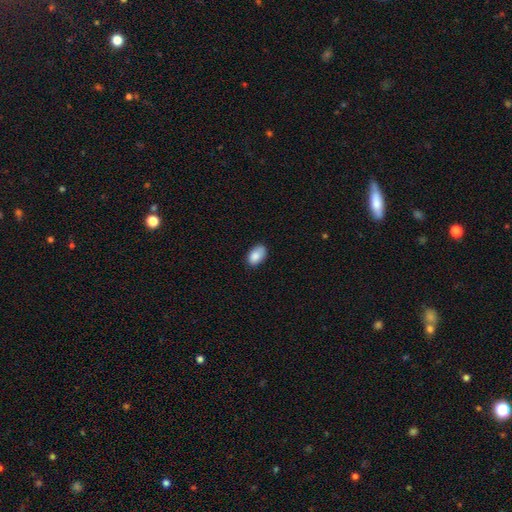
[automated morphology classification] Overall: smooth (87%). How rounded: in between (91%). Merging: none (76%).